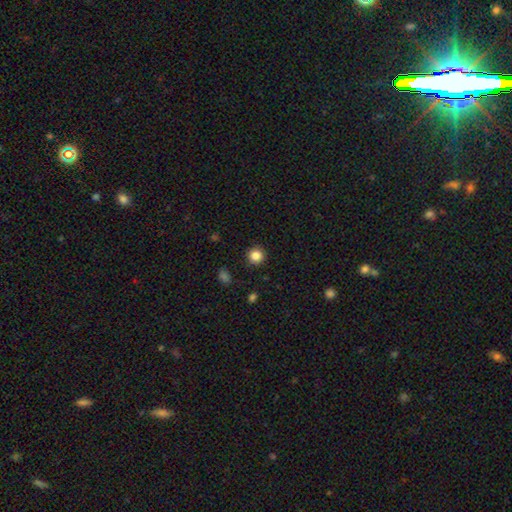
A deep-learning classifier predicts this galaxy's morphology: Q: Smooth or featured?
A: smooth (85%); runner-up: star or artifact (11%)
Q: How rounded?
A: round (94%); runner-up: in between (5%)
Q: Merging?
A: none (91%); runner-up: minor disturbance (6%)